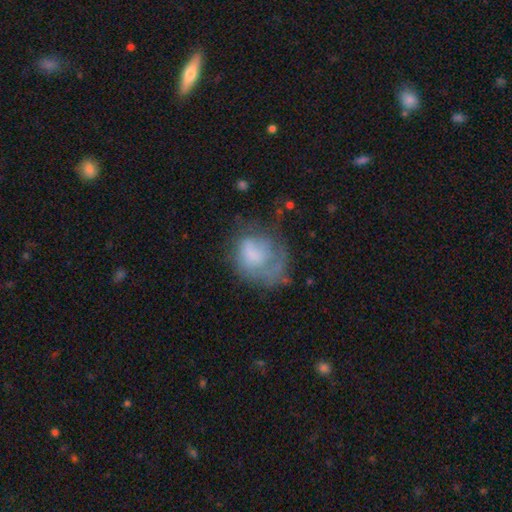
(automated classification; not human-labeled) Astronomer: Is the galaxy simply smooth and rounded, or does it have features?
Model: smooth — 51% (runner-up: featured or disk, 40%).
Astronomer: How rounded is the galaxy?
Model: round — 54% (runner-up: in between, 45%).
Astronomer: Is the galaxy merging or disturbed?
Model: major disturbance — 37% (runner-up: none, 34%).